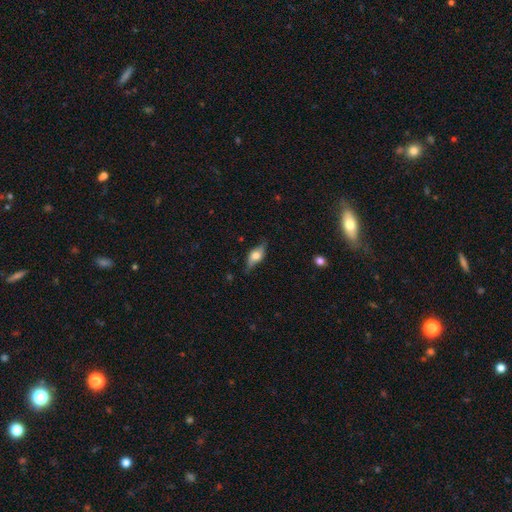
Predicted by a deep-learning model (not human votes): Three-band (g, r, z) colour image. It shows a featured or disk galaxy (48%). Merging: none (71%).